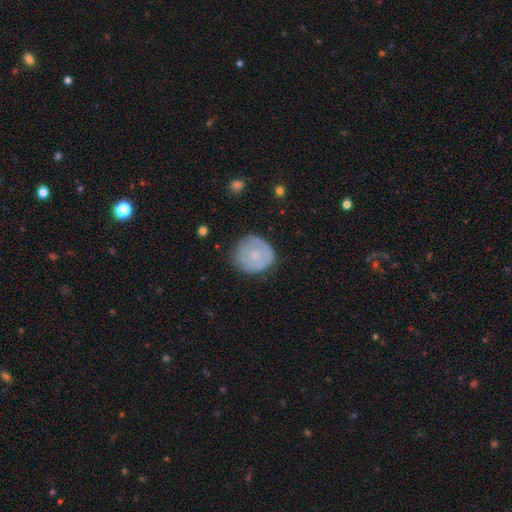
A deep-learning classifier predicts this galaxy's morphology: This is possibly a smooth galaxy (58%). How rounded: clearly round (87%). Merging: likely none (73%).